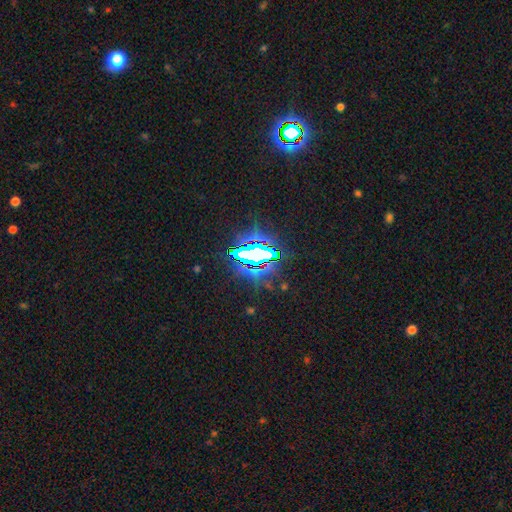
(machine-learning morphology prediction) Smooth or featured? Predicted: star or artifact (p=0.74).